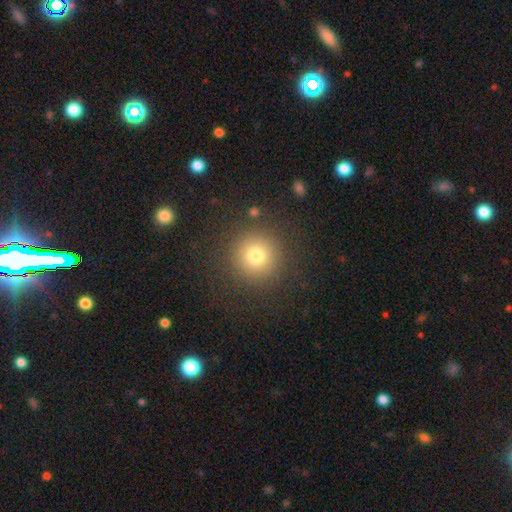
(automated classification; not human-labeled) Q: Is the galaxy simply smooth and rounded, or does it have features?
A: smooth — 75%.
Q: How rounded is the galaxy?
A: round — 95%.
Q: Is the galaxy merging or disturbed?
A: none — 89%.